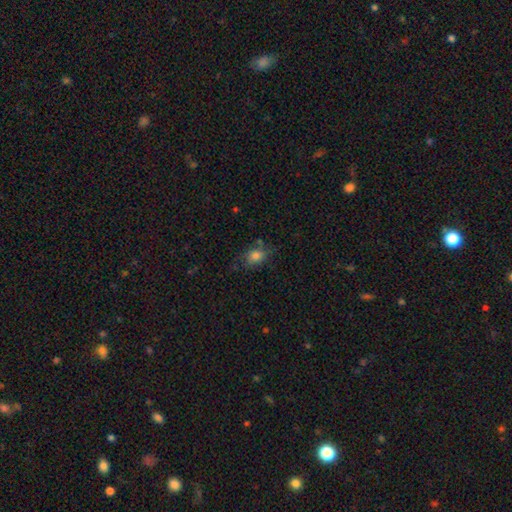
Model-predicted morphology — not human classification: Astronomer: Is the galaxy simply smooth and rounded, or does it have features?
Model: smooth — 77%.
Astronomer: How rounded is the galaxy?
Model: in between — 68%.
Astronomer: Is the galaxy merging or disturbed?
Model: none — 65%.